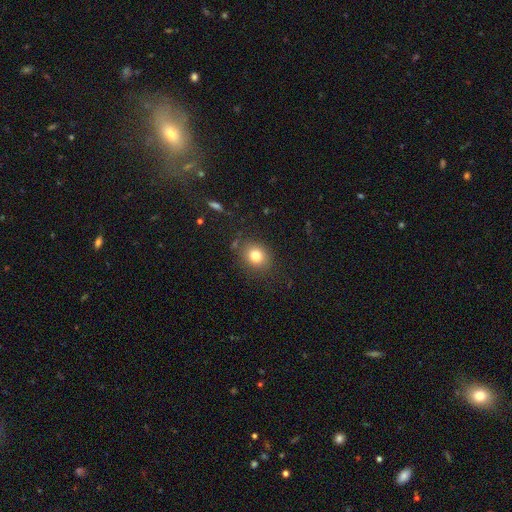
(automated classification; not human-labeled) Q: Smooth or featured?
A: smooth (80%); runner-up: star or artifact (12%)
Q: How rounded?
A: round (65%); runner-up: in between (34%)
Q: Merging?
A: none (82%); runner-up: minor disturbance (12%)